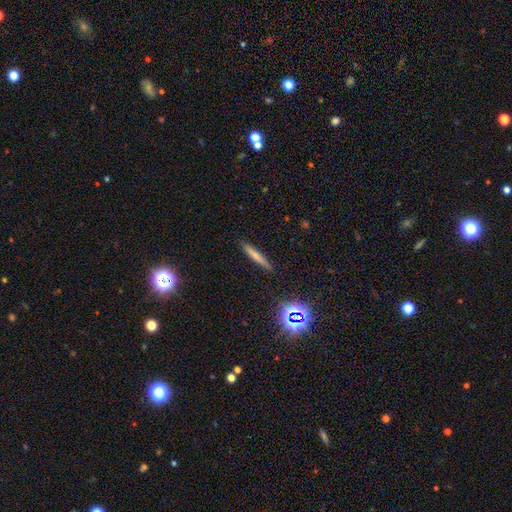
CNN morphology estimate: Overall: smooth (59%; featured or disk 29%). How rounded: cigar-shaped (92%). Merging: none (88%).